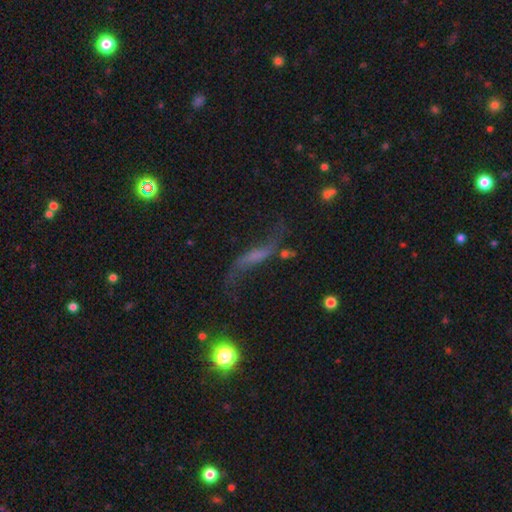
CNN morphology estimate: smooth-or-featured: featured or disk: 66% | smooth: 20% | star or artifact: 14%
  disk-edge-on: no: 76% | yes: 24%
    bar: no: 43% | weak: 34% | strong: 23%
    has-spiral-arms: yes: 84% | no: 16%
    bulge-size: none: 52% | small: 25% | moderate: 15% | large: 5% | dominant: 3%
  merging: none: 56% | major disturbance: 19% | minor disturbance: 19% | merger: 6%